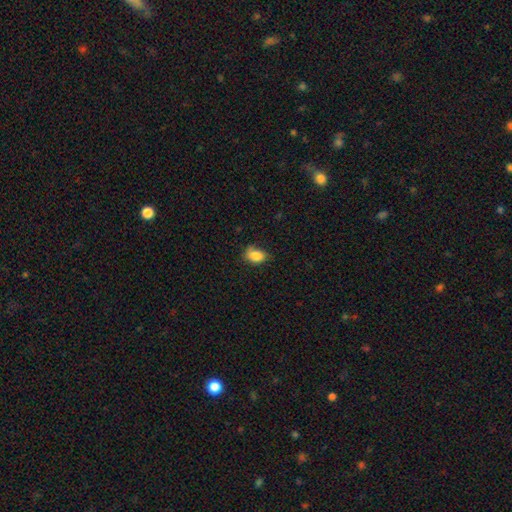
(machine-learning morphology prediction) This is clearly a smooth galaxy (85%). How rounded: likely in between (80%). Merging: likely none (61%).